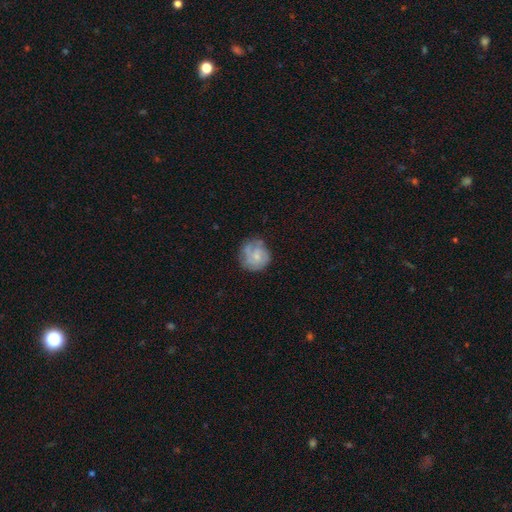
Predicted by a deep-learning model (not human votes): Morphology: type=featured or disk (62%); edge-on=no (98%); bar=no (64%); spiral arms=yes (86%); winding=tight (52%); arm count=2 (31%); bulge=small (53%); merging=none (66%).